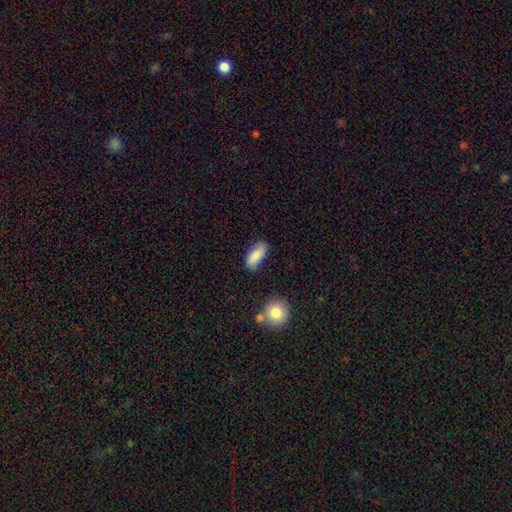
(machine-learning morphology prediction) Smooth or featured?
  - smooth: 86% *
  - featured or disk: 7%
  - star or artifact: 7%
How rounded?
  - in between: 83% *
  - cigar-shaped: 14%
  - round: 2%
Merging?
  - none: 78% *
  - minor disturbance: 16%
  - major disturbance: 3%
  - merger: 3%